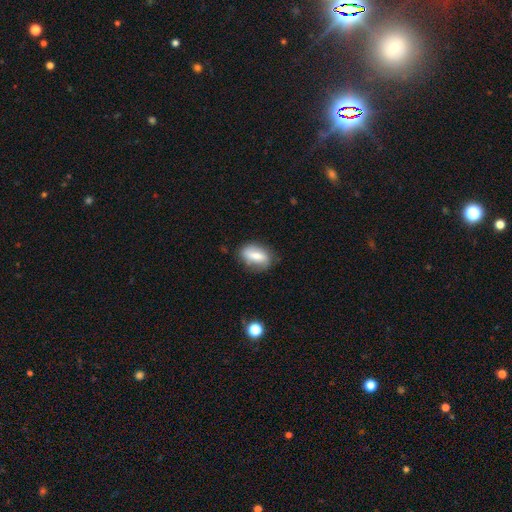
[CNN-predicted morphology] A smooth galaxy with no disk features (67%) that is in between round and cigar-shaped (83%). Merging: none (76%).